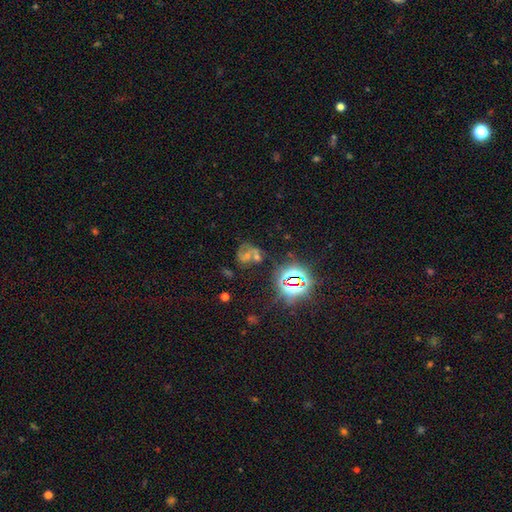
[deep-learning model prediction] Smooth or featured? star or artifact (44%)